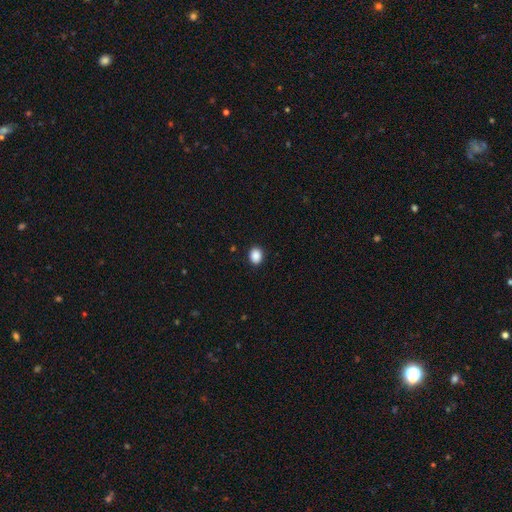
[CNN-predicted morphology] Overall: smooth (90%). How rounded: in between (52%; round 48%). Merging: none (91%).